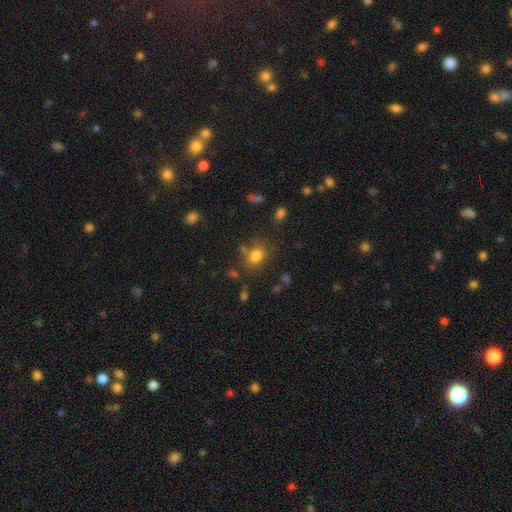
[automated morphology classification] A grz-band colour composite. It shows a smooth galaxy with no disk features (80%) that is in between round and cigar-shaped (52%). Merging: none (72%).